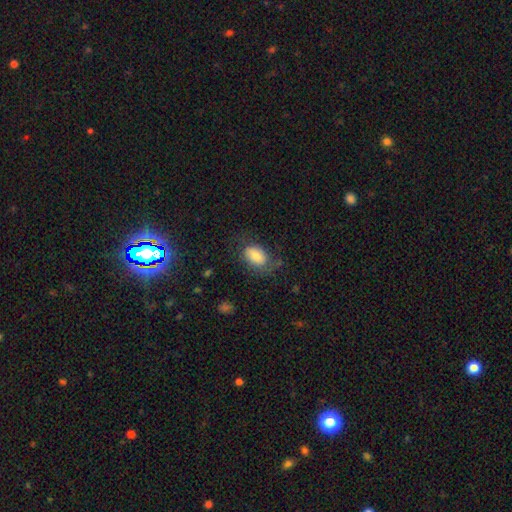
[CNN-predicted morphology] This appears to be a smooth galaxy with no disk features (76%) that is in between round and cigar-shaped (88%). Merging: none (62%).